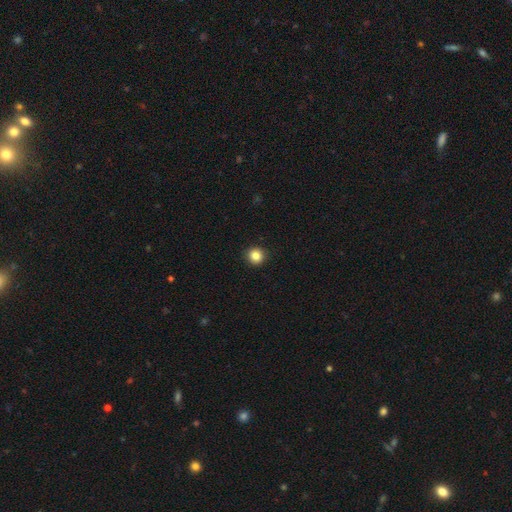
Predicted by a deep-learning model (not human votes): A smooth galaxy with no disk features (85%) that is round (94%).

Vote fractions:
- Smooth or featured? smooth: 85% / star or artifact: 11% / featured or disk: 4%
- How rounded? round: 94% / in between: 5% / cigar-shaped: 1%
- Merging? none: 93% / minor disturbance: 5% / major disturbance: 2% / merger: 1%